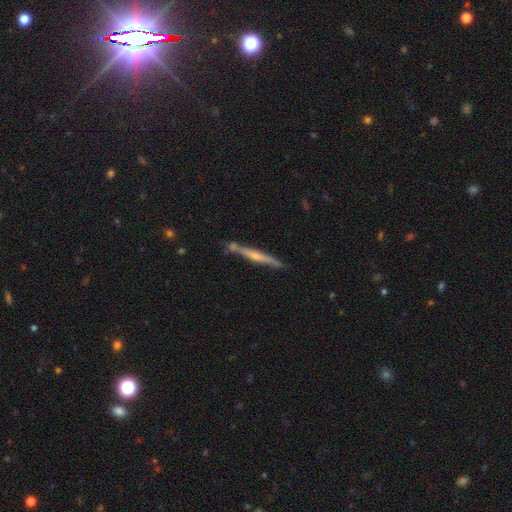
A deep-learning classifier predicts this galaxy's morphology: featured or disk 62%, smooth 32%, star or artifact 6%. Down the decision tree: edge-on disk — yes (96%); edge-on bulge — rounded (58%); merging — none (76%).